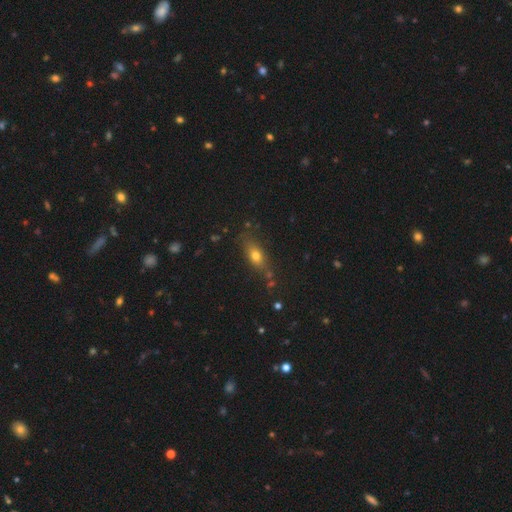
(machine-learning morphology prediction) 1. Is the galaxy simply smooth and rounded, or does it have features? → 70% smooth, 17% featured or disk, 13% star or artifact.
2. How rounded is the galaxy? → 67% in between, 19% cigar-shaped, 13% round.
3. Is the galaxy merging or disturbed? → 72% none, 17% minor disturbance, 5% major disturbance, 5% merger.